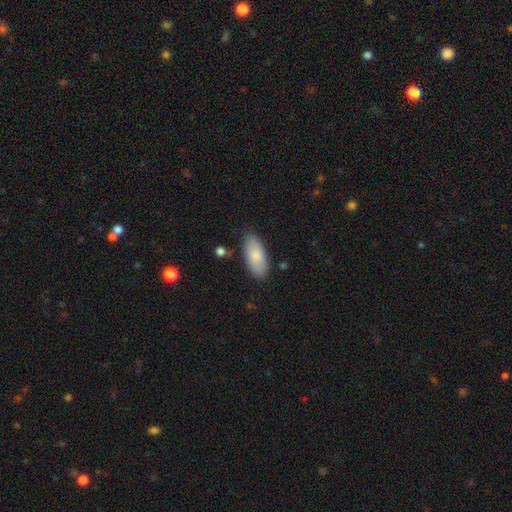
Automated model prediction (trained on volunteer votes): smooth-or-featured: smooth: 82% | featured or disk: 13% | star or artifact: 6%
  how-rounded: in between: 89% | cigar-shaped: 9% | round: 2%
  merging: none: 83% | minor disturbance: 12% | major disturbance: 2% | merger: 2%